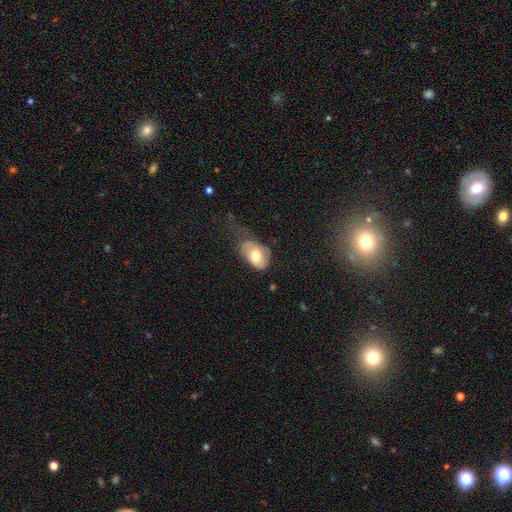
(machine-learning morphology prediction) type=smooth (68%); roundness=in between (86%); merging=minor disturbance (37%).